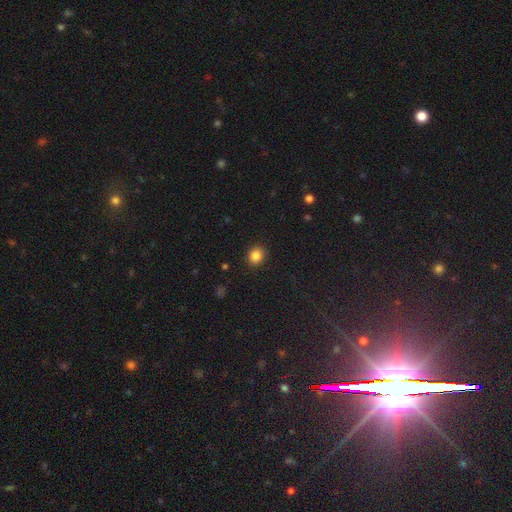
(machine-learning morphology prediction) This appears to be a smooth galaxy with no disk features (85%) that is round (72%). Merging: none (90%).